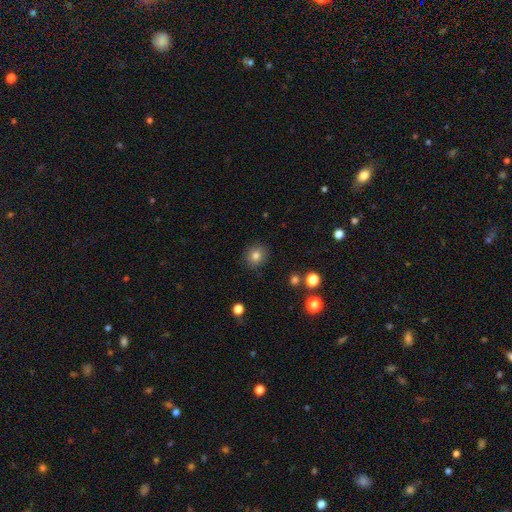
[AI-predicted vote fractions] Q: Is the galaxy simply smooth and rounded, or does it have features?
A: smooth — 81%.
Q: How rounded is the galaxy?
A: round — 85%.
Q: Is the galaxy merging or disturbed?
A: none — 89%.